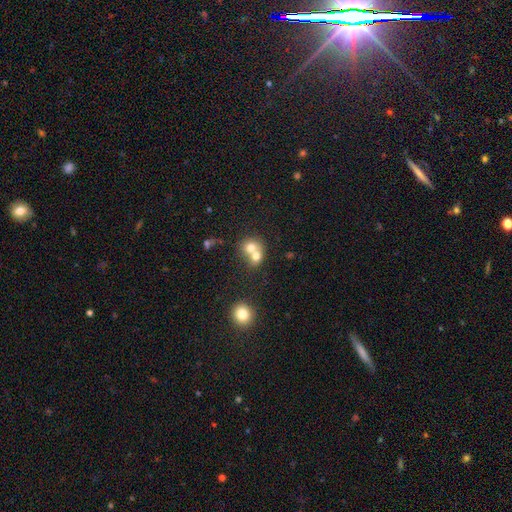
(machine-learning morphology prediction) smooth-or-featured: smooth: 71% | featured or disk: 19% | star or artifact: 10%
  how-rounded: round: 72% | in between: 27% | cigar-shaped: 1%
  merging: merger: 67% | none: 25% | minor disturbance: 5% | major disturbance: 3%